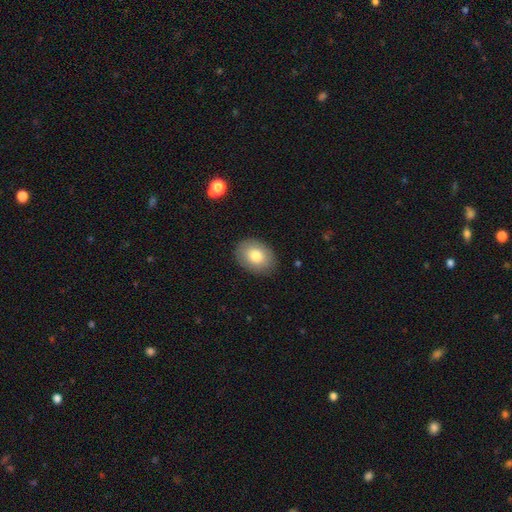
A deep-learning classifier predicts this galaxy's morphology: A smooth galaxy with no disk features (77%) that is in between round and cigar-shaped (74%).

Vote fractions:
- Smooth or featured? smooth: 77% / featured or disk: 15% / star or artifact: 7%
- How rounded? in between: 74% / round: 25% / cigar-shaped: 1%
- Merging? none: 85% / minor disturbance: 11% / major disturbance: 3% / merger: 1%